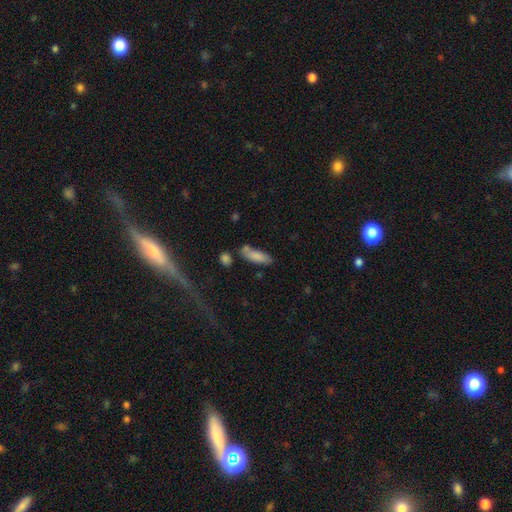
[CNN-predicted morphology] Smooth or featured? Predicted: smooth (p=0.83). How rounded? Predicted: in between (p=0.55). Merging? Predicted: none (p=0.63).